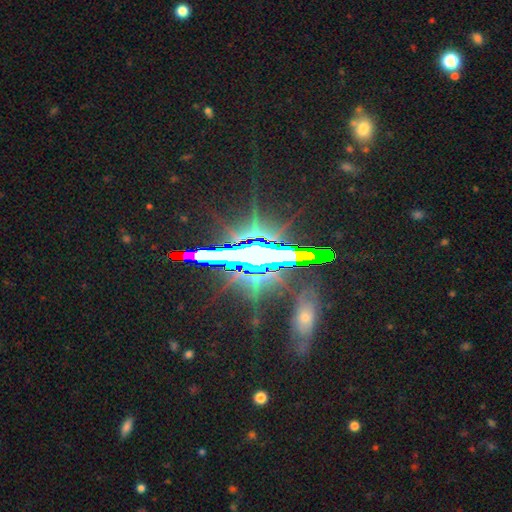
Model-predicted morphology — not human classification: Overall: star or artifact (77%).